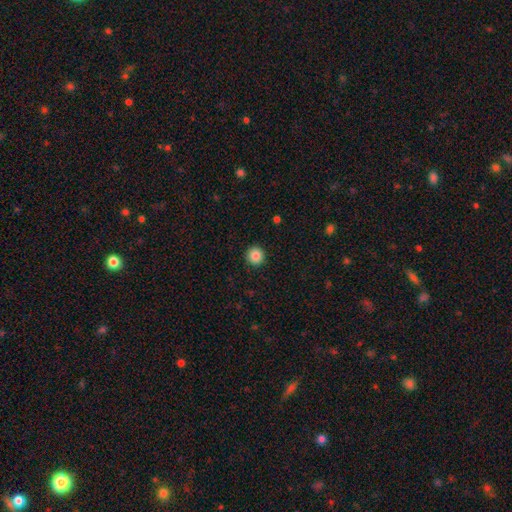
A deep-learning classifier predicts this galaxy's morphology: Q: Smooth or featured?
A: smooth (86%); runner-up: star or artifact (10%)
Q: How rounded?
A: round (94%); runner-up: in between (5%)
Q: Merging?
A: none (93%); runner-up: minor disturbance (5%)